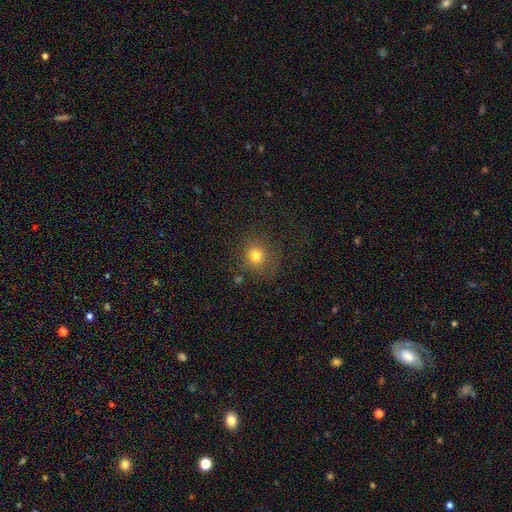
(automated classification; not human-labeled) The model was most divided on "smooth or featured": smooth: 78%, star or artifact: 15%, featured or disk: 8%. More confident: how rounded — round (89%); merging — none (82%).